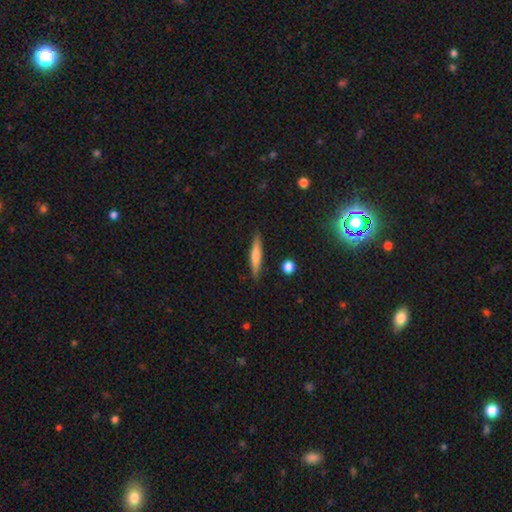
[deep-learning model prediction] The model was most divided on "smooth or featured": smooth: 61%, featured or disk: 33%, star or artifact: 7%. More confident: merging — none (87%); how rounded — cigar-shaped (87%).